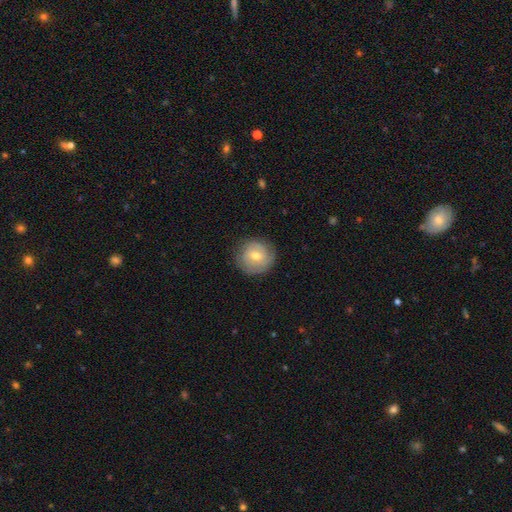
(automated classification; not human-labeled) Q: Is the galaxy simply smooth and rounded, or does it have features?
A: smooth — 52%.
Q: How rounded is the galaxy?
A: round — 91%.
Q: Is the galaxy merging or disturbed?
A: none — 82%.